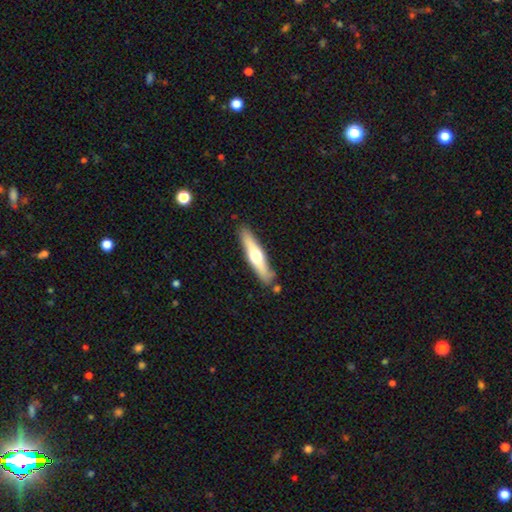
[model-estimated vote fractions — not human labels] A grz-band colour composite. It shows a featured or disk galaxy (49%). Merging: none (81%).